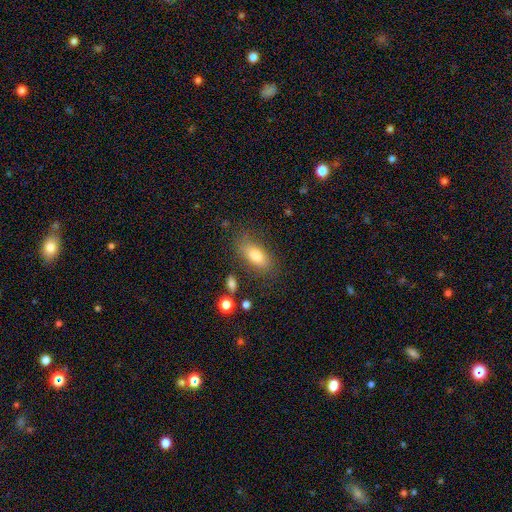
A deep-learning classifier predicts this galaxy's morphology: Overall: smooth (79%). How rounded: in between (84%). Merging: none (78%).